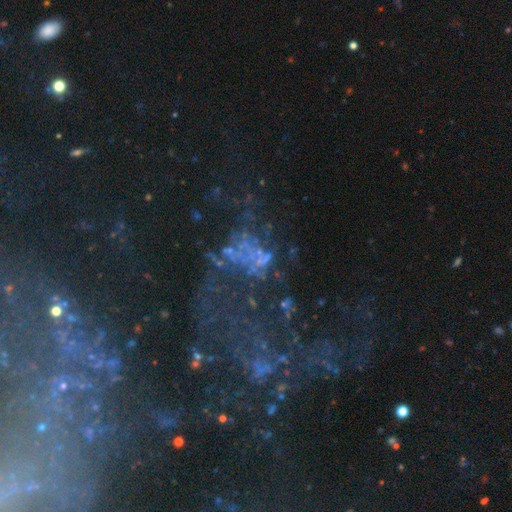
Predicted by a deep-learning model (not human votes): Smooth or featured: featured or disk — 49% (star or artifact — 36%)
Merging: major disturbance — 38% (none — 35%)